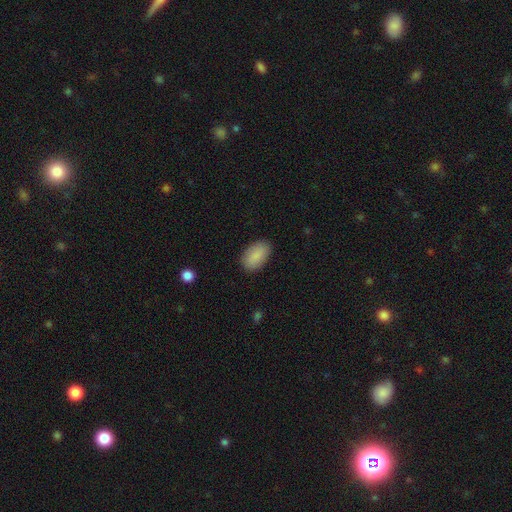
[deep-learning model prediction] Smooth or featured? Predicted: smooth (p=0.89). How rounded? Predicted: in between (p=0.93). Merging? Predicted: none (p=0.86).